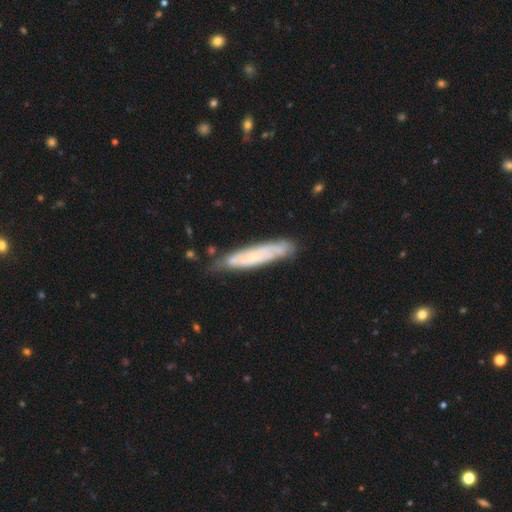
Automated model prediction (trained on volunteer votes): Smooth or featured?
  - featured or disk: 50% *
  - smooth: 43%
  - star or artifact: 7%
Merging?
  - none: 70% *
  - minor disturbance: 23%
  - major disturbance: 4%
  - merger: 3%